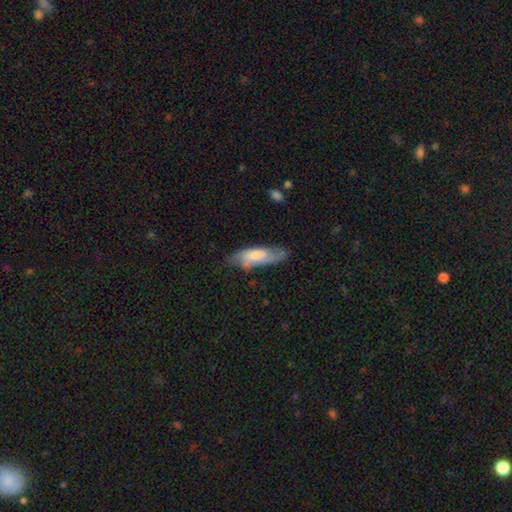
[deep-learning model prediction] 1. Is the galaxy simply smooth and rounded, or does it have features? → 59% smooth, 35% featured or disk, 6% star or artifact.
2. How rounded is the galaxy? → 62% in between, 36% cigar-shaped, 2% round.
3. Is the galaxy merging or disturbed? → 57% none, 29% minor disturbance, 11% major disturbance, 3% merger.